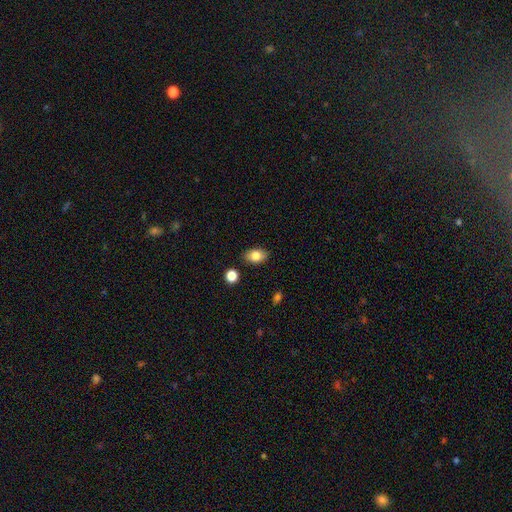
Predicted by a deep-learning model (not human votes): Smooth or featured? Predicted: smooth (p=0.82). How rounded? Predicted: in between (p=0.86). Merging? Predicted: none (p=0.86).